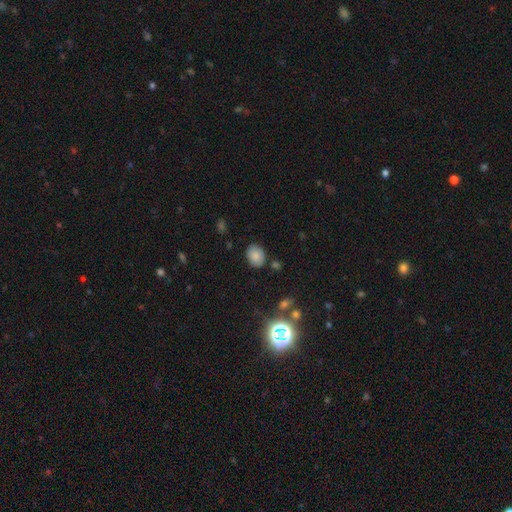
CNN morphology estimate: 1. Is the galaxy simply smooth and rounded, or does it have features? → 81% smooth, 11% star or artifact, 7% featured or disk.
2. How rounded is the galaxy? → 60% in between, 39% round, 1% cigar-shaped.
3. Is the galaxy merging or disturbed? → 82% none, 12% minor disturbance, 3% merger, 3% major disturbance.